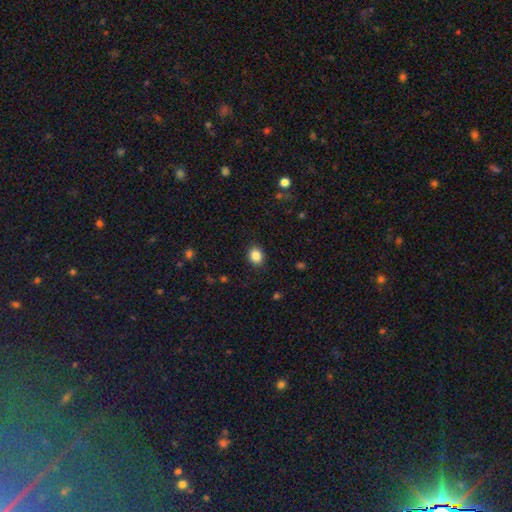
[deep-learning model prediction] Overall: smooth (87%). How rounded: in between (50%; round 49%). Merging: none (89%).